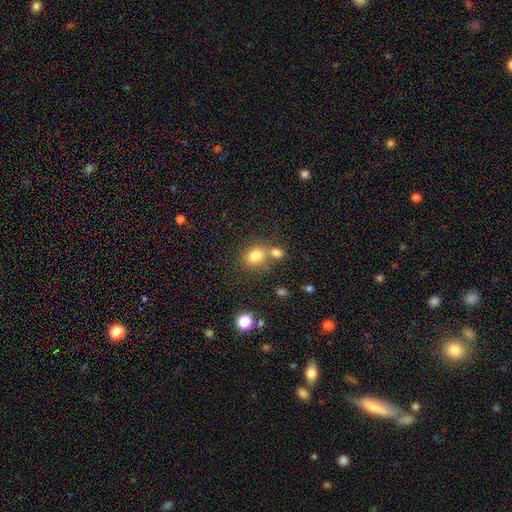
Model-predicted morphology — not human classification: Smooth or featured? smooth (79%)
How rounded? round (65%)
Merging? none (56%)